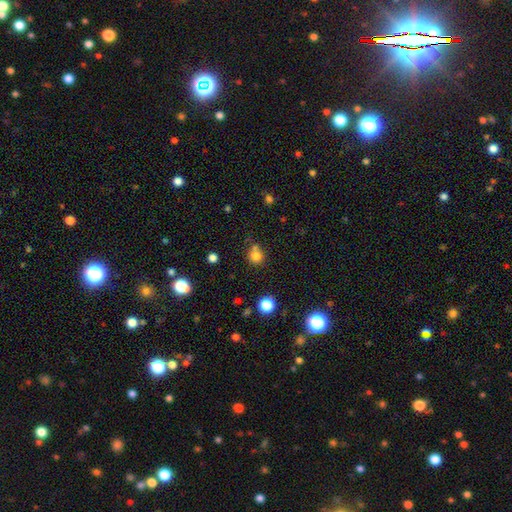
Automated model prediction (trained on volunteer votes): This appears to be a smooth galaxy with no disk features (78%) that is round (87%). Merging: none (59%).